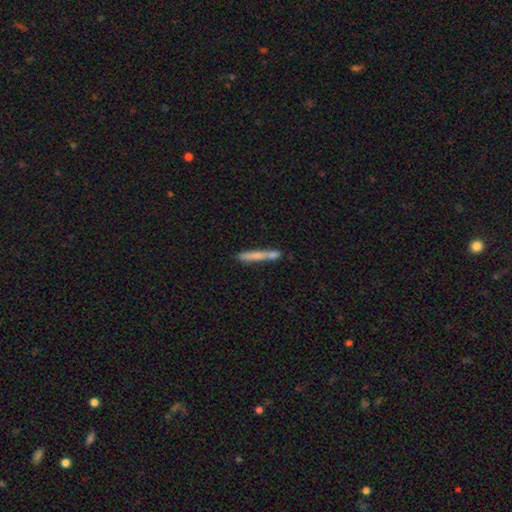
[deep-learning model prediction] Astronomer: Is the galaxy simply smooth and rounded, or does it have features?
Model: smooth — 68%.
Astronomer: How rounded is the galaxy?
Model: cigar-shaped — 94%.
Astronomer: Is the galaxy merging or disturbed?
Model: none — 57%.